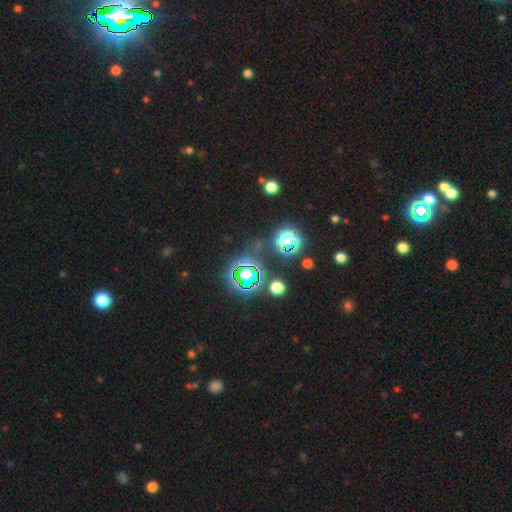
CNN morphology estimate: Smooth or featured: star or artifact — 78% (smooth — 15%)